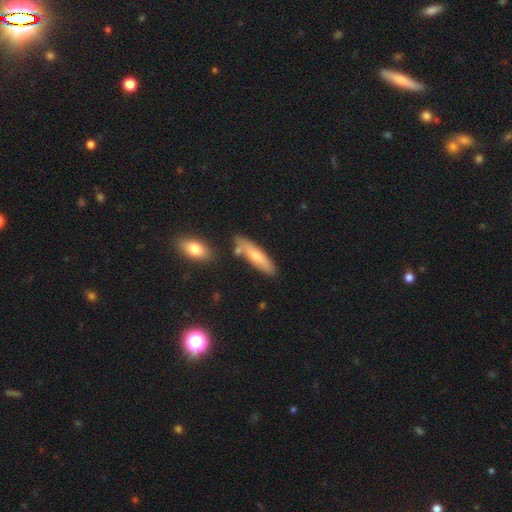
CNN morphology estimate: This appears to be a smooth galaxy with no disk features (69%) that is cigar-shaped (67%). Merging: none (72%).